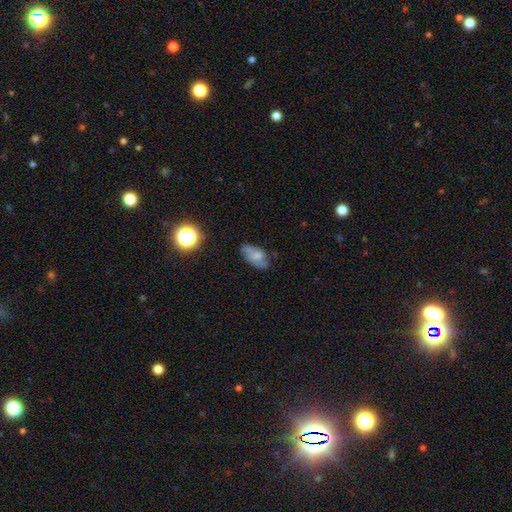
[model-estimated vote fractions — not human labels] The model was most divided on "smooth or featured": smooth: 48%, featured or disk: 42%, star or artifact: 10%. More confident: merging — none (63%).